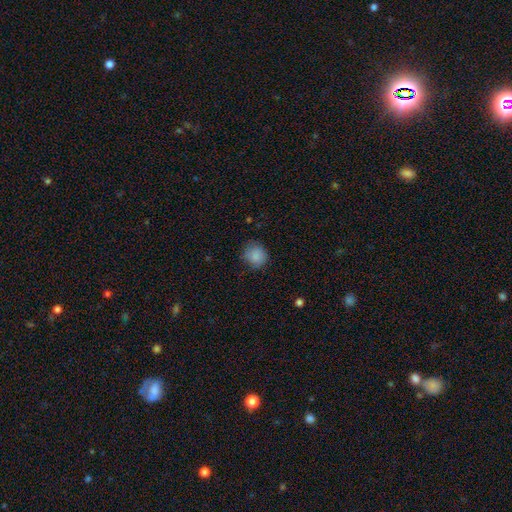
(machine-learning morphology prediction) Q: Smooth or featured?
A: smooth (86%); runner-up: star or artifact (9%)
Q: How rounded?
A: round (81%); runner-up: in between (19%)
Q: Merging?
A: none (77%); runner-up: minor disturbance (17%)